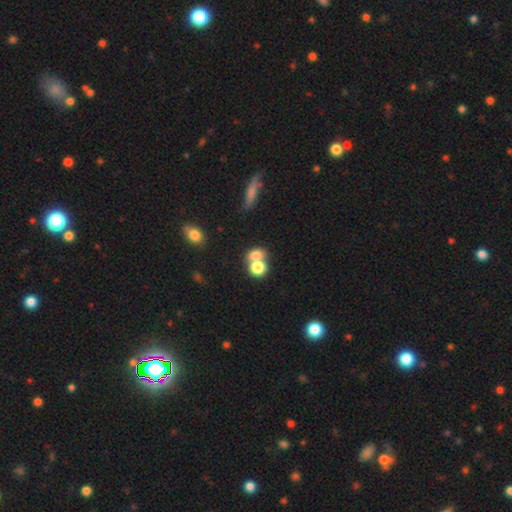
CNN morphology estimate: A smooth galaxy with no disk features (73%) that is round (53%). Merging: merger (51%).